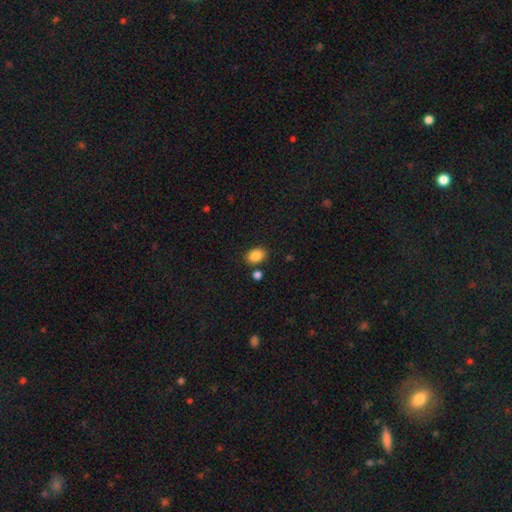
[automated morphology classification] smooth 86%, star or artifact 9%, featured or disk 5%. Down the decision tree: how rounded — in between (74%); merging — none (81%).